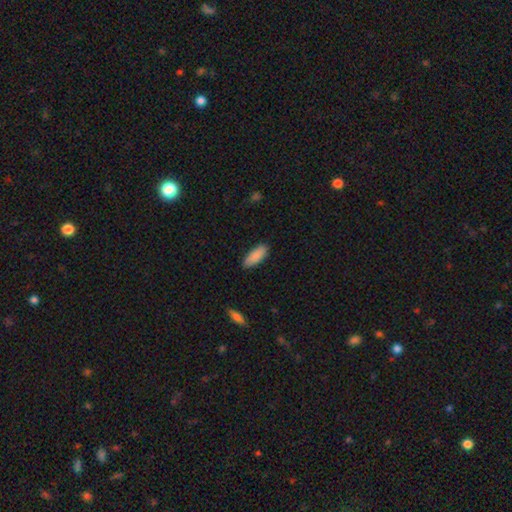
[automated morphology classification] Smooth or featured: smooth — 89% (star or artifact — 6%)
How rounded: in between — 74% (cigar-shaped — 25%)
Merging: none — 86% (minor disturbance — 11%)